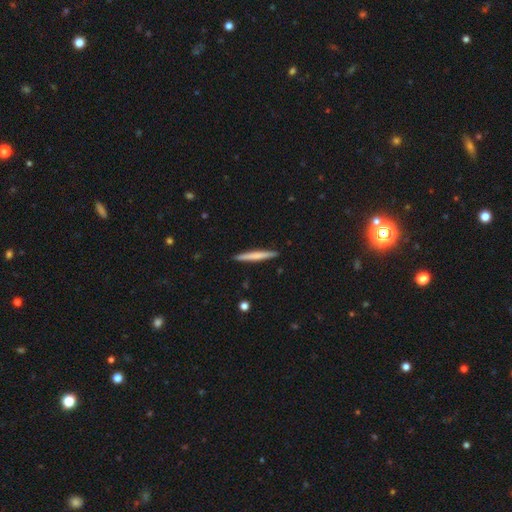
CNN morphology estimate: Smooth or featured? Predicted: smooth (p=0.62). How rounded? Predicted: cigar-shaped (p=0.96). Merging? Predicted: none (p=0.92).